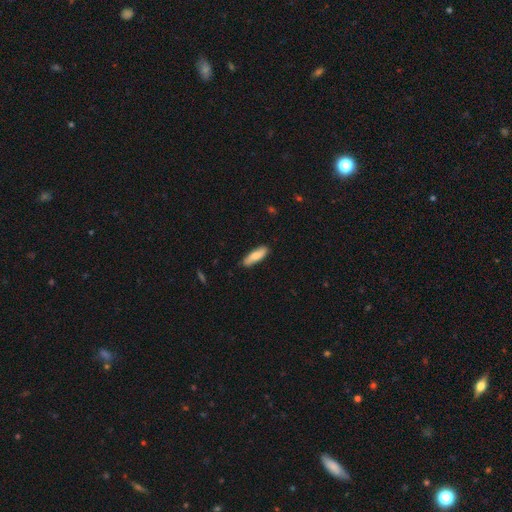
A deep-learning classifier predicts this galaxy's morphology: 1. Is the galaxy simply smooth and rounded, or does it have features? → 74% smooth, 20% featured or disk, 6% star or artifact.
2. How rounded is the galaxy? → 50% cigar-shaped, 48% in between, 2% round.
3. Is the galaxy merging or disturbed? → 85% none, 12% minor disturbance, 2% major disturbance, 1% merger.